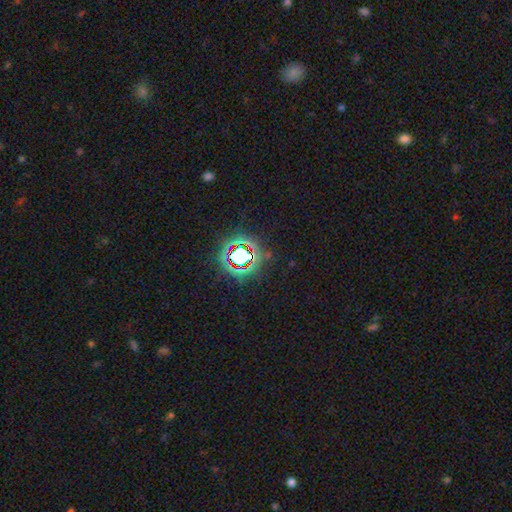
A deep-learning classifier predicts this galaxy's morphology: This is likely a star or artifact rather than a galaxy (79%).